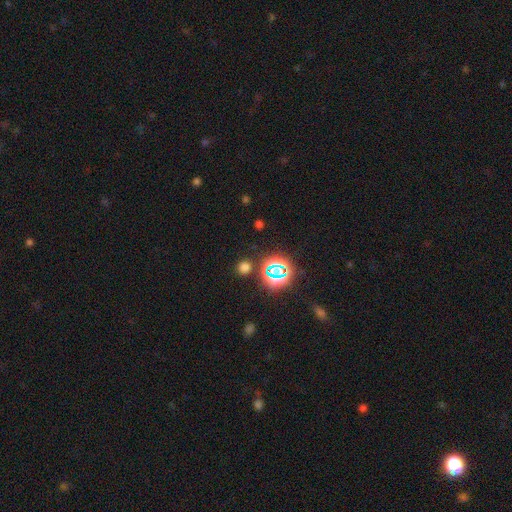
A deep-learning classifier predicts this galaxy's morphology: A star or artifact, not a galaxy (72%).

Vote fractions:
- Smooth or featured? star or artifact: 72% / smooth: 21% / featured or disk: 7%